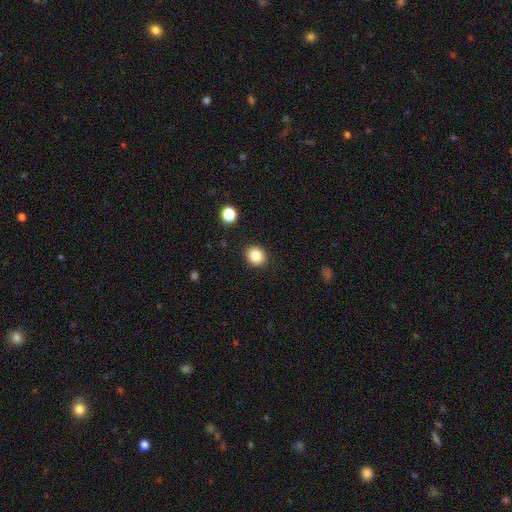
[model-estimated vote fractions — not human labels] This appears to be a smooth galaxy with no disk features (84%) that is round (71%). Merging: none (89%).